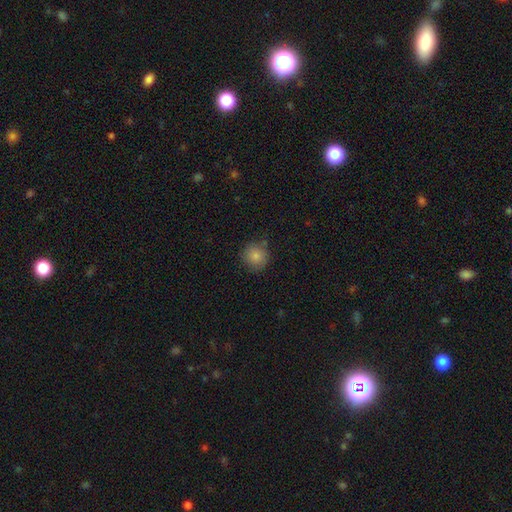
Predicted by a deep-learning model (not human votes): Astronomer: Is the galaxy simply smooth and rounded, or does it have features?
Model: smooth — 83%.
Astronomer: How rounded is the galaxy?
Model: round — 91%.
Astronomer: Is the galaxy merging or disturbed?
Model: none — 77%.